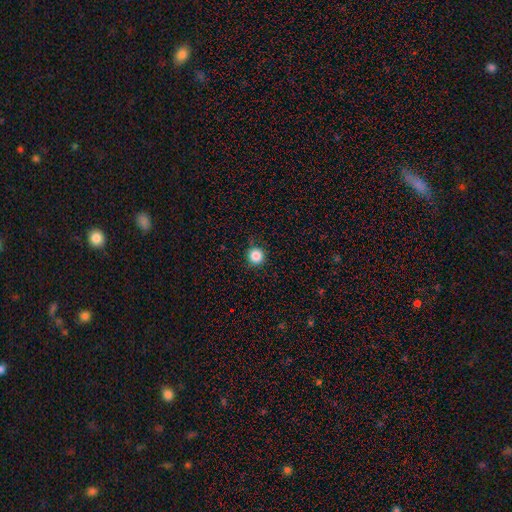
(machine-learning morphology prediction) This appears to be a smooth galaxy with no disk features (85%) that is round (95%). Merging: none (85%).